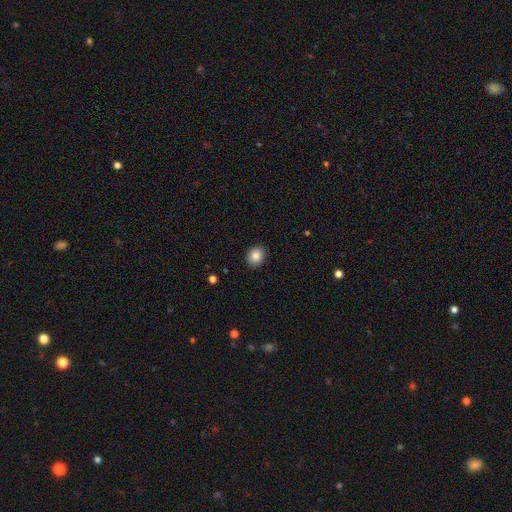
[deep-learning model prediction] A smooth galaxy with no disk features (85%) that is round (67%).

Vote fractions:
- Smooth or featured? smooth: 85% / star or artifact: 9% / featured or disk: 6%
- How rounded? round: 67% / in between: 32% / cigar-shaped: 1%
- Merging? none: 89% / minor disturbance: 8% / major disturbance: 2% / merger: 1%